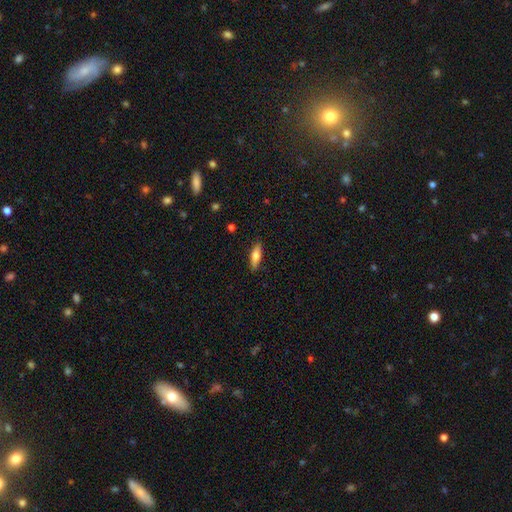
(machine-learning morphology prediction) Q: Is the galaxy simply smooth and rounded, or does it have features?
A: smooth — 69%.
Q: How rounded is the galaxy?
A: cigar-shaped — 51%.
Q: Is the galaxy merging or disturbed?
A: none — 88%.